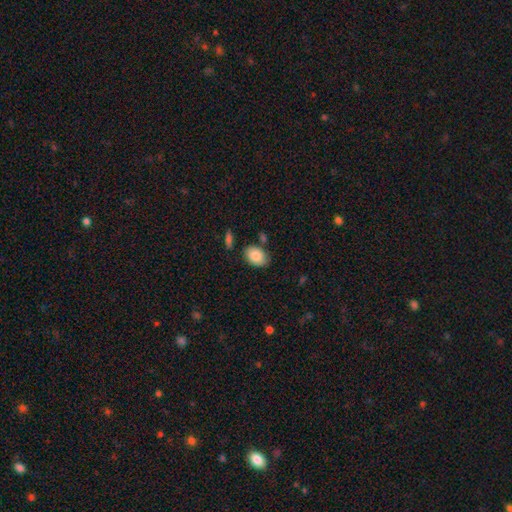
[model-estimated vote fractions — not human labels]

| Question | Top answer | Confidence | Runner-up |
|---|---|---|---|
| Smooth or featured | smooth | 86% | featured or disk (7%) |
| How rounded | in between | 82% | round (17%) |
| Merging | none | 77% | minor disturbance (15%) |